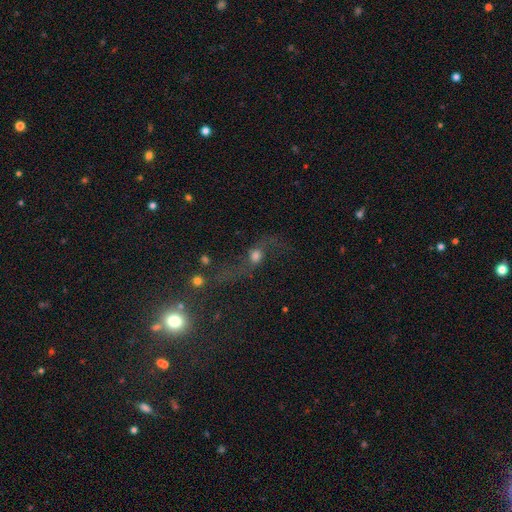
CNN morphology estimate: type=featured or disk (53%); edge-on=no (82%); merging=none (42%).